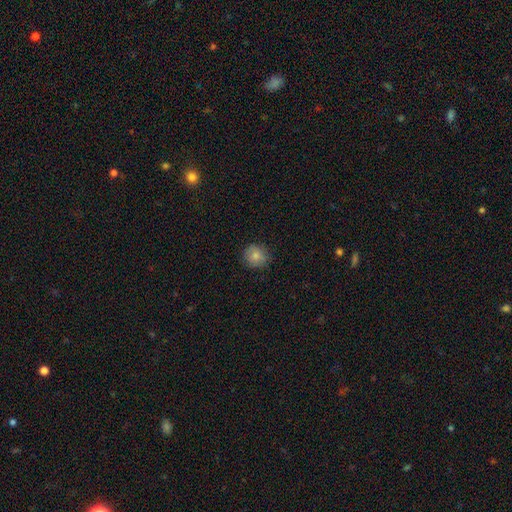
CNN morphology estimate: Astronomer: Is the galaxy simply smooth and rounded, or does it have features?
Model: smooth — 82%.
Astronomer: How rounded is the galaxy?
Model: round — 87%.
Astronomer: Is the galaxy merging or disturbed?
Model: none — 84%.